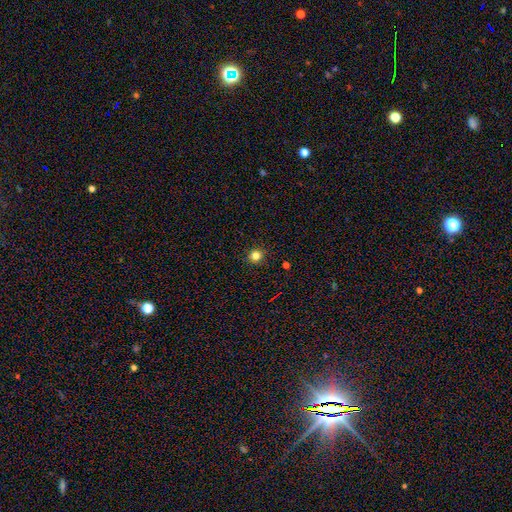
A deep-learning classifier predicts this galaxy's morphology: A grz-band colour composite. It shows a smooth galaxy with no disk features (81%) that is round (91%). Merging: none (91%).